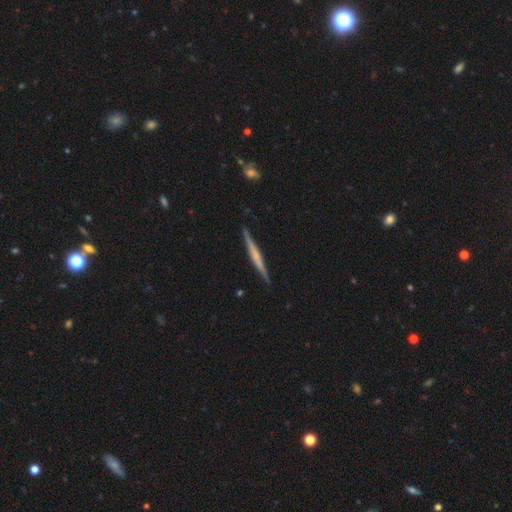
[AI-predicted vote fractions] Q: Smooth or featured?
A: featured or disk (64%); runner-up: smooth (31%)
Q: Edge-on disk?
A: yes (98%); runner-up: no (2%)
Q: Edge-on bulge?
A: none (49%); runner-up: rounded (38%)
Q: Merging?
A: none (90%); runner-up: minor disturbance (7%)